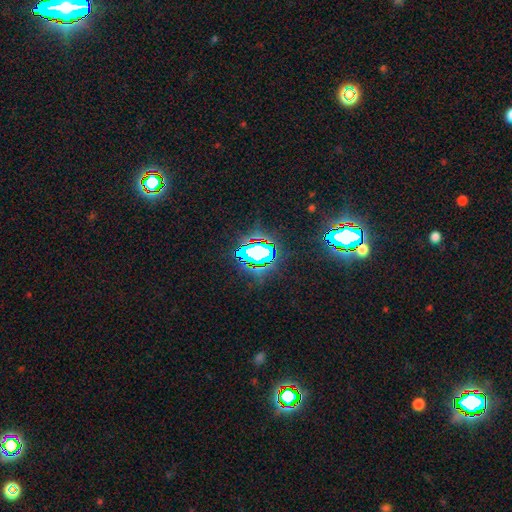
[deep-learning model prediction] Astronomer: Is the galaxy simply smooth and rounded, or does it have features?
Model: star or artifact — 64%.